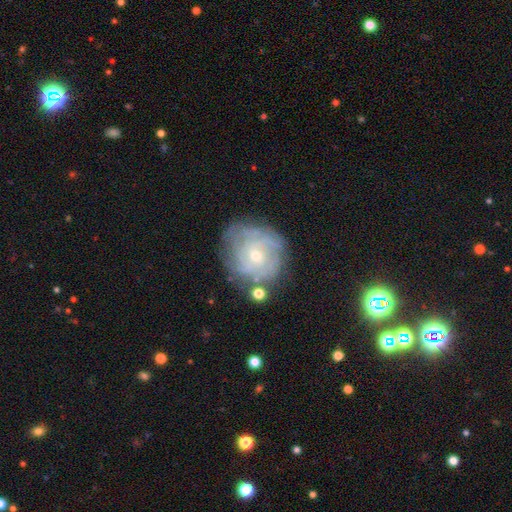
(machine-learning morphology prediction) featured or disk 74%, smooth 17%, star or artifact 9%. Down the decision tree: edge-on disk — no (97%); bar — no (77%); spiral arms — yes (85%); spiral arm count — can't tell (51%); spiral winding — tight (70%); bulge size — small (66%); merging — none (69%).